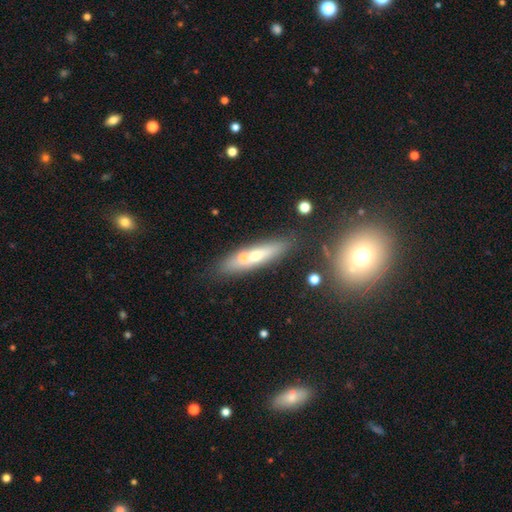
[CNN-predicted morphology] Smooth or featured: smooth — 45% (featured or disk — 39%)
Merging: none — 73% (minor disturbance — 11%)